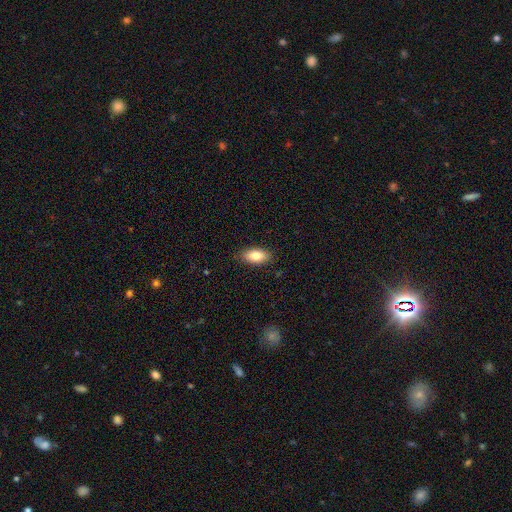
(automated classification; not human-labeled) Smooth or featured: smooth — 83% (featured or disk — 10%)
How rounded: in between — 90% (cigar-shaped — 6%)
Merging: none — 88% (minor disturbance — 9%)